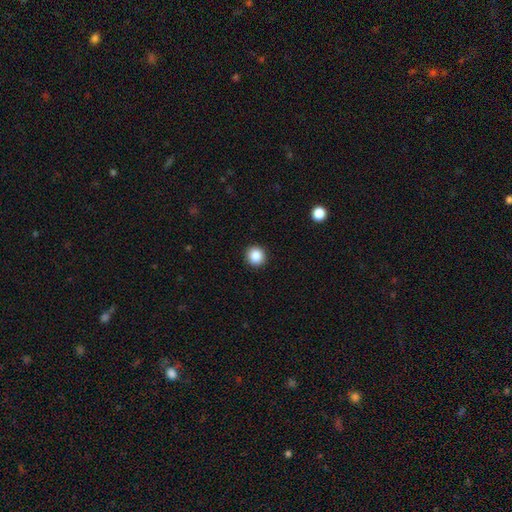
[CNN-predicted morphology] Smooth or featured?
  - smooth: 88% *
  - star or artifact: 9%
  - featured or disk: 3%
How rounded?
  - round: 93% *
  - in between: 6%
  - cigar-shaped: 1%
Merging?
  - none: 92% *
  - minor disturbance: 5%
  - major disturbance: 2%
  - merger: 1%